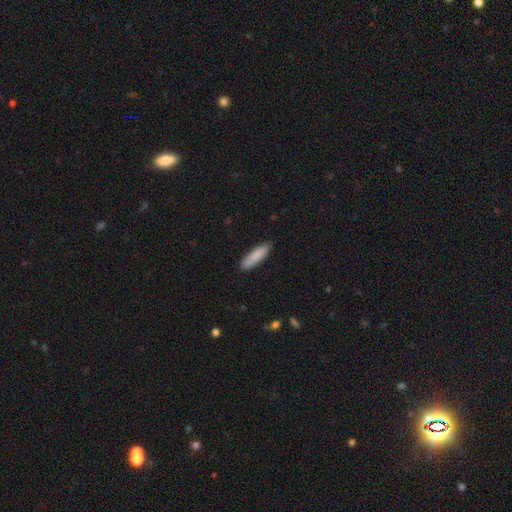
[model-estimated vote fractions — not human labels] Smooth or featured: smooth — 87% (featured or disk — 8%)
How rounded: cigar-shaped — 66% (in between — 32%)
Merging: none — 86% (minor disturbance — 11%)